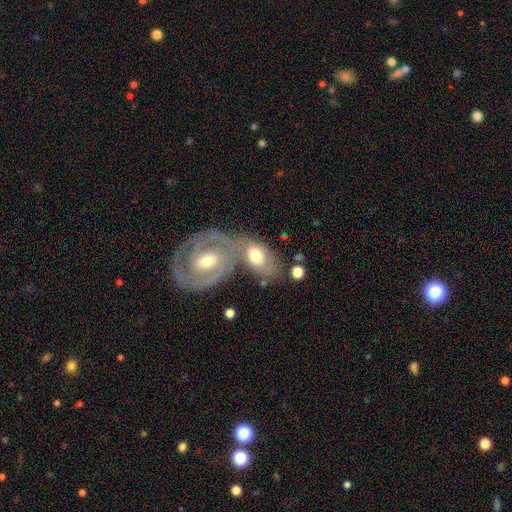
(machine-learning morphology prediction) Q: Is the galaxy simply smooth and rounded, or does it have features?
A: smooth — 51%.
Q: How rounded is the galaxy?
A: in between — 84%.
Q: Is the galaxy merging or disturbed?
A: merger — 51%.